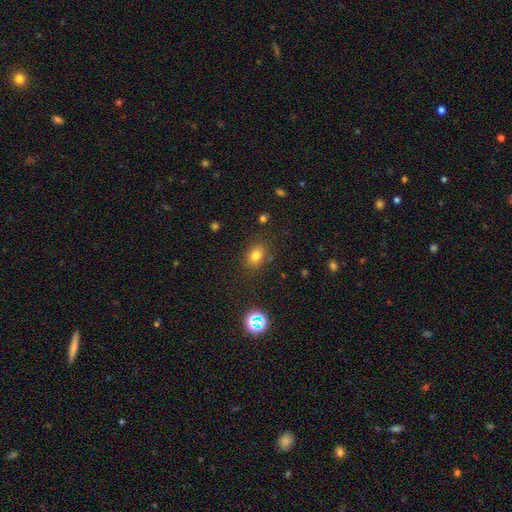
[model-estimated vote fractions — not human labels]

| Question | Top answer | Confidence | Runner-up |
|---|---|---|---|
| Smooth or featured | smooth | 77% | star or artifact (15%) |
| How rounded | in between | 68% | round (30%) |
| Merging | none | 83% | minor disturbance (11%) |